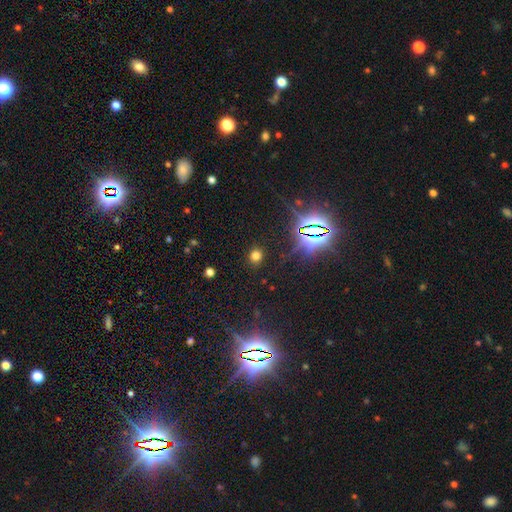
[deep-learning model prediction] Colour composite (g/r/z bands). It shows a smooth galaxy with no disk features (66%) that is round (75%). Merging: none (88%).